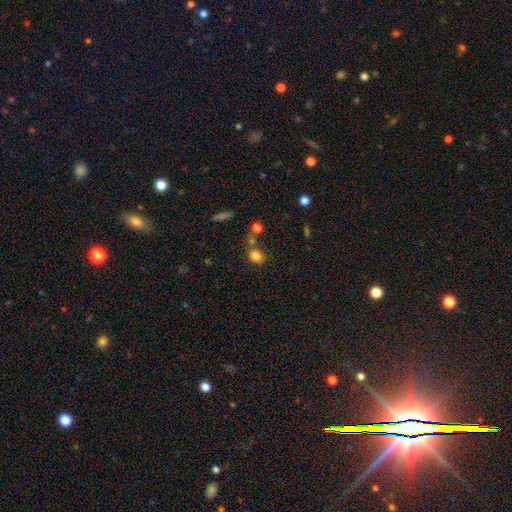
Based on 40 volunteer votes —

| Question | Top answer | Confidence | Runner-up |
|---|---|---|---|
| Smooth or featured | smooth | 78% | featured or disk (15%) |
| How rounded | in between | 61% | round (39%) |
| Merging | none | 76% | merger (14%) |